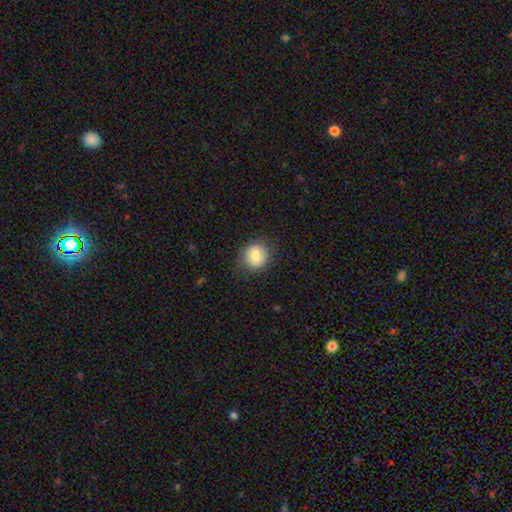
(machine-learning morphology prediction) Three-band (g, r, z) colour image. It shows a smooth galaxy with no disk features (78%) that is round (88%). Merging: none (82%).